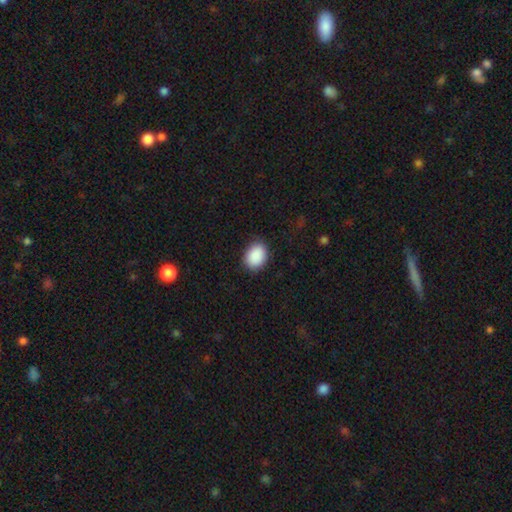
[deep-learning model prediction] Morphology: type=smooth (90%); roundness=in between (66%); merging=none (87%).